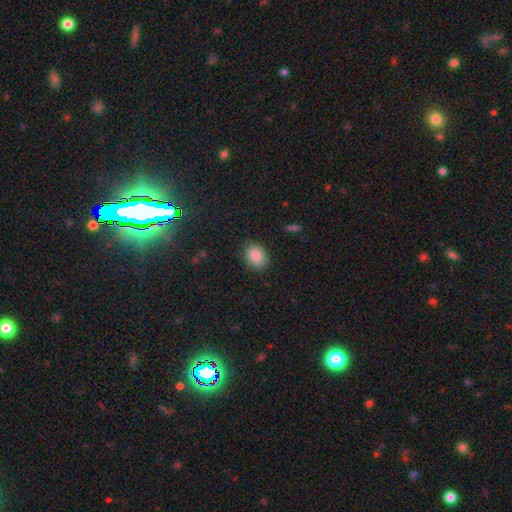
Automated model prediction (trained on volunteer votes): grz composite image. It shows a smooth galaxy with no disk features (87%) that is in between round and cigar-shaped (66%). Merging: none (86%).